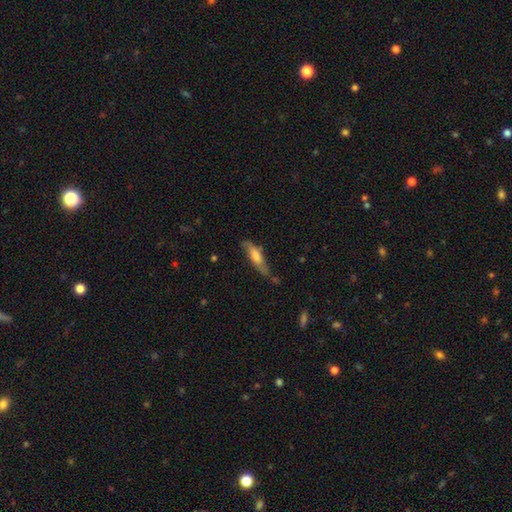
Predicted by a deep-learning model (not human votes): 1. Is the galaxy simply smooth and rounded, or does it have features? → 56% smooth, 38% featured or disk, 7% star or artifact.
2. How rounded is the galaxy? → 69% cigar-shaped, 30% in between, 2% round.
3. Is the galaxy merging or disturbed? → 57% none, 29% minor disturbance, 9% major disturbance, 4% merger.